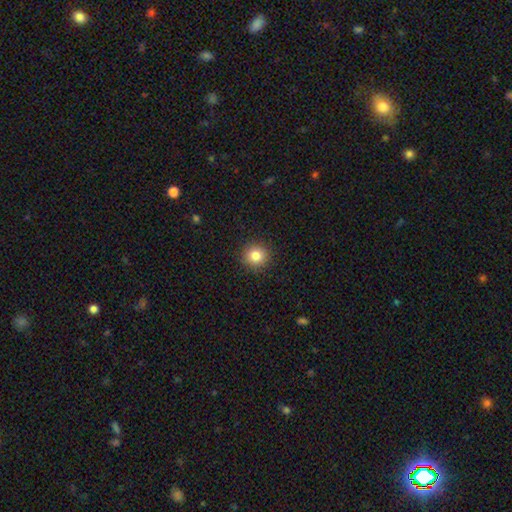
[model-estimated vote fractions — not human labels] smooth_or_featured: smooth (p=0.82) [alt: star or artifact p=0.11]
how_rounded: round (p=0.93) [alt: in between p=0.06]
merging: none (p=0.92) [alt: minor disturbance p=0.05]